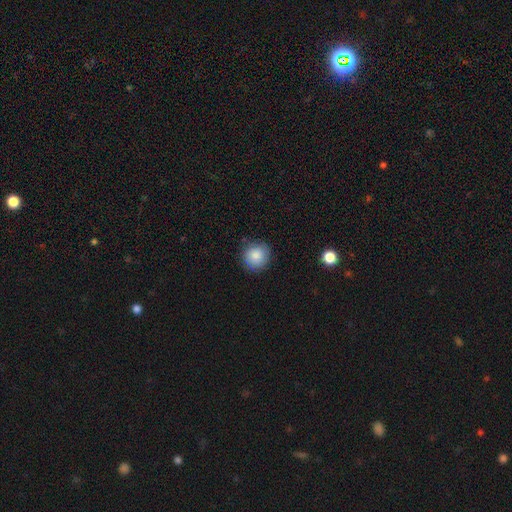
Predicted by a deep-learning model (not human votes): Smooth or featured: smooth — 84% (star or artifact — 8%)
How rounded: round — 91% (in between — 8%)
Merging: none — 86% (minor disturbance — 10%)